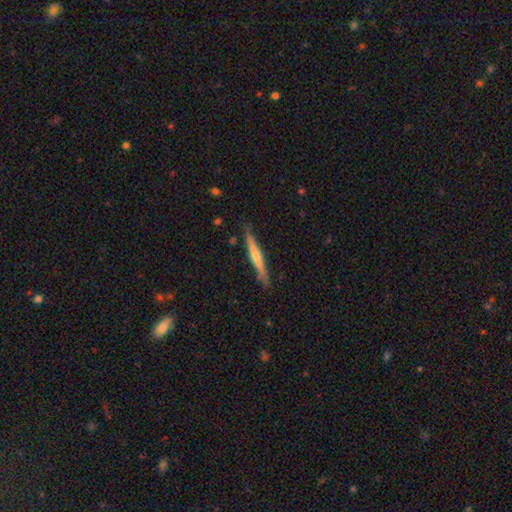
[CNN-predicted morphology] Smooth or featured: featured or disk — 64% (smooth — 29%)
Edge-on disk: yes — 97% (no — 3%)
Edge-on bulge: rounded — 62% (none — 29%)
Merging: none — 88% (minor disturbance — 9%)